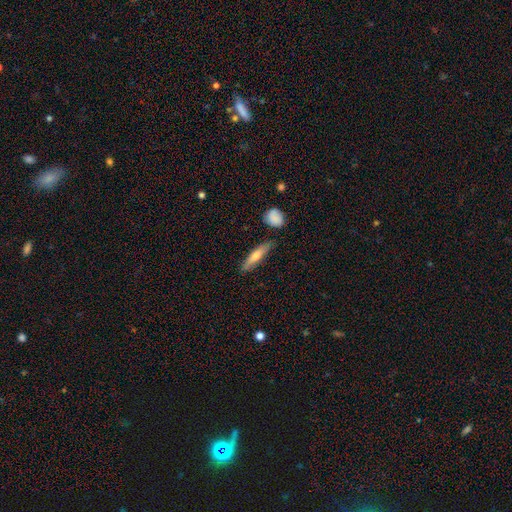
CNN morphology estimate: Smooth or featured: smooth — 64% (featured or disk — 30%)
How rounded: cigar-shaped — 81% (in between — 17%)
Merging: none — 81% (minor disturbance — 13%)